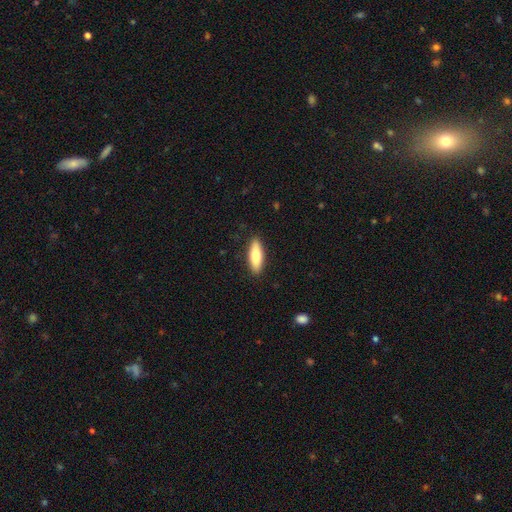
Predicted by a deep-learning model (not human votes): smooth-or-featured: smooth: 74% | featured or disk: 20% | star or artifact: 6%
  how-rounded: in between: 53% | cigar-shaped: 45% | round: 2%
  merging: none: 89% | minor disturbance: 8% | major disturbance: 2% | merger: 1%